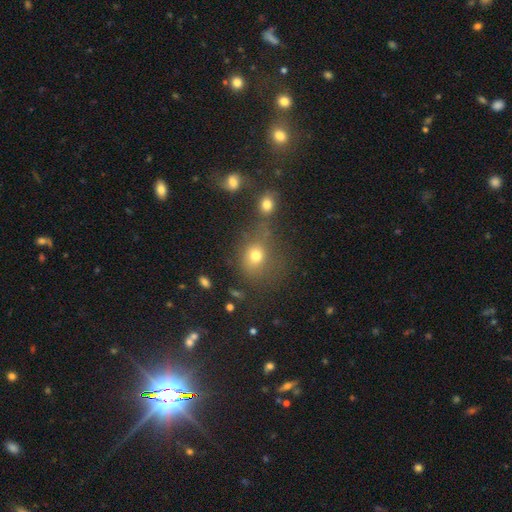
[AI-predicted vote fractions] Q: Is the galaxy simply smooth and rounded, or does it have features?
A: smooth — 72%.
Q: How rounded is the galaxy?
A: round — 65%.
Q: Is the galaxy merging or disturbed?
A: none — 52%.